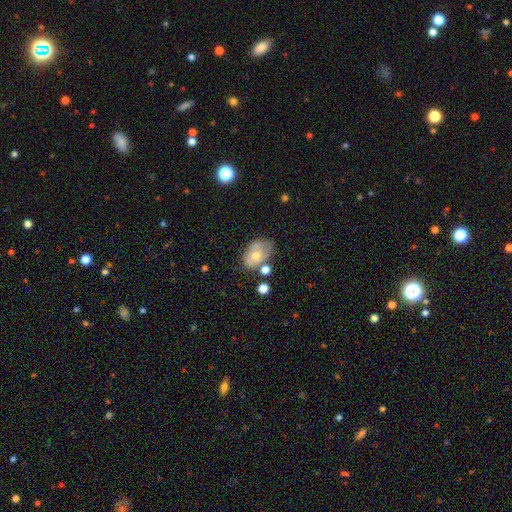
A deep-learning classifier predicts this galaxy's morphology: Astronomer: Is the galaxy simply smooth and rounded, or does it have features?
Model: smooth — 48% (runner-up: featured or disk, 43%).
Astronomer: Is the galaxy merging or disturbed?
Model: none — 45% (runner-up: minor disturbance, 29%).